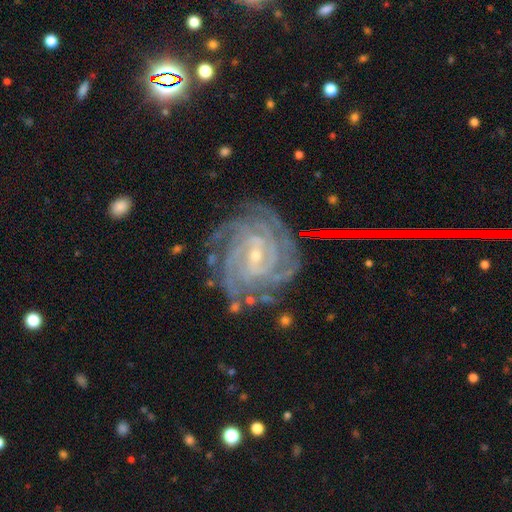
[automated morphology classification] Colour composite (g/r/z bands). It shows a featured or disk galaxy (92%) with a weak bar (49%), 4 (34%) tight (80%) spiral arms (99%) and a small central bulge (74%). Merging: none (77%).